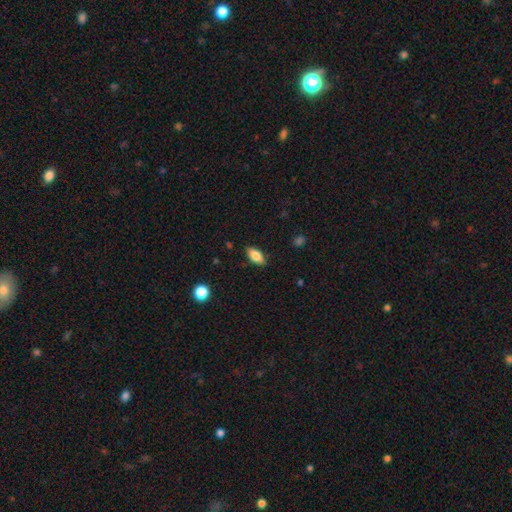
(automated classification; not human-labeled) Morphology: type=smooth (80%); roundness=in between (88%); merging=none (85%).